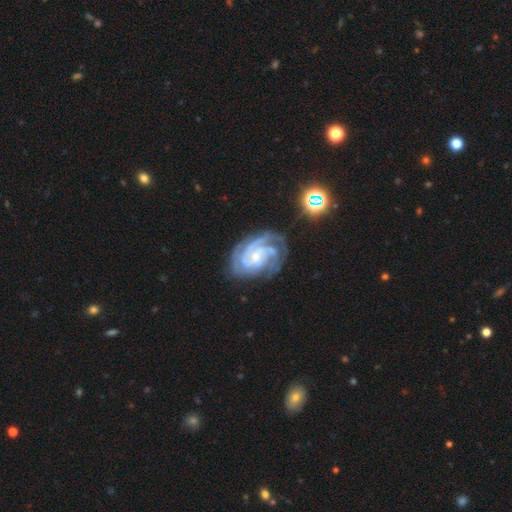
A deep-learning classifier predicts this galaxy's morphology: This is clearly a featured or disk galaxy (89%). It is clearly not viewed edge-on (98%). Bar: likely no (64%). Spiral arm pattern: clearly yes (98%). Spiral arm count: marginally 3 (31%). Spiral winding: likely tight (65%). Central bulge: likely small (67%). Merging: likely none (66%).